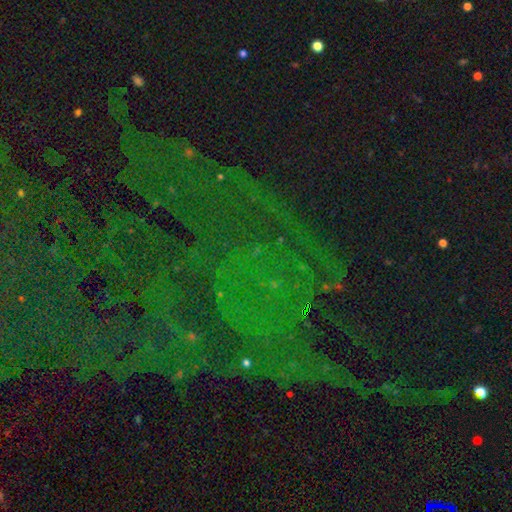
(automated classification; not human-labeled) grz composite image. It shows a star or artifact, not a galaxy (80%).